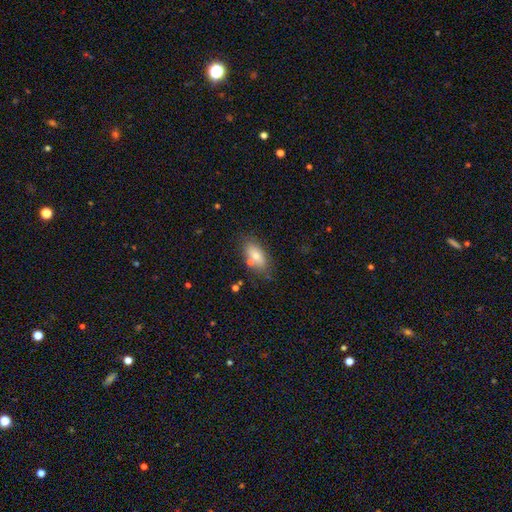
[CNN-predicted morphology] This is likely a smooth galaxy (72%). How rounded: clearly in between (85%). Merging: likely none (72%).